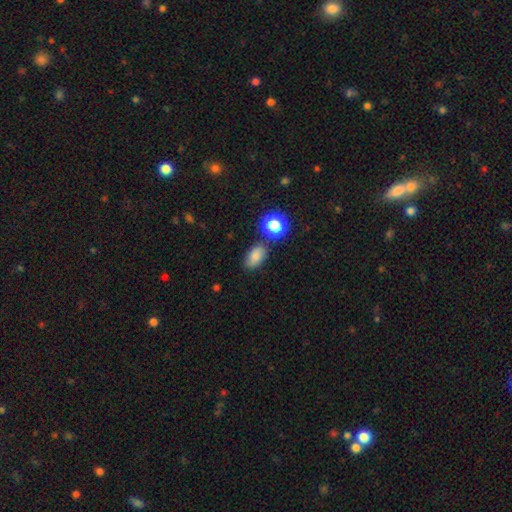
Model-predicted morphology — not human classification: type=smooth (77%); roundness=in between (85%); merging=none (76%).